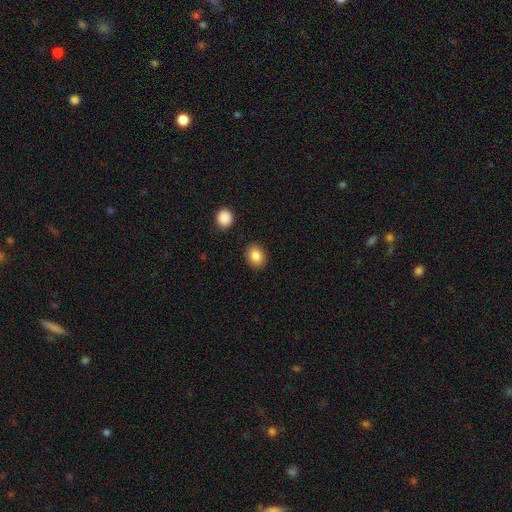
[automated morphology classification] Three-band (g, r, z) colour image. It shows a smooth galaxy with no disk features (84%) that is round (53%). Merging: none (89%).